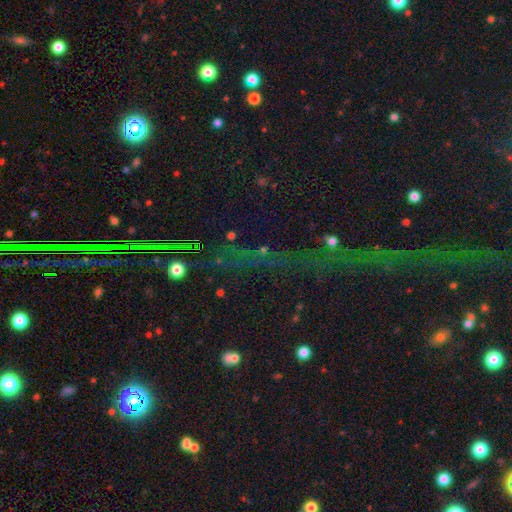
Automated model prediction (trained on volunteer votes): star or artifact 79%, smooth 10%, featured or disk 10%.